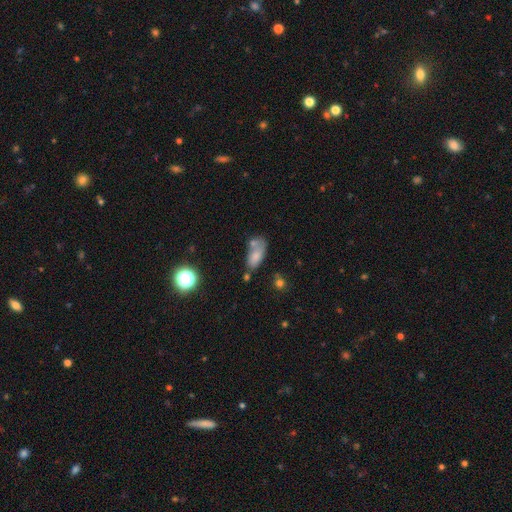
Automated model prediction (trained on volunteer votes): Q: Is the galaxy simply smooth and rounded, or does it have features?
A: smooth — 73%.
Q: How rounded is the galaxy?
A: in between — 88%.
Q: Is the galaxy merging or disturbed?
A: none — 37%.